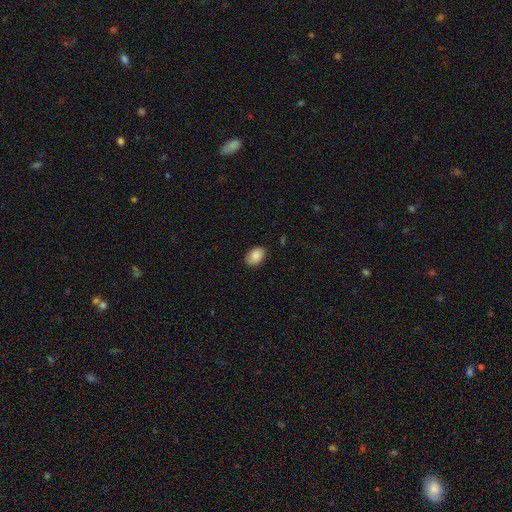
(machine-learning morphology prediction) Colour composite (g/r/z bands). It shows a smooth galaxy with no disk features (87%) that is in between round and cigar-shaped (87%). Merging: none (84%).